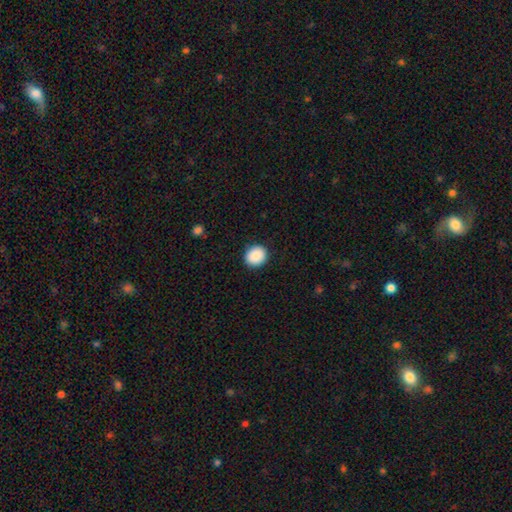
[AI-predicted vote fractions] smooth 89%, star or artifact 8%, featured or disk 3%. Down the decision tree: how rounded — round (77%); merging — none (90%).